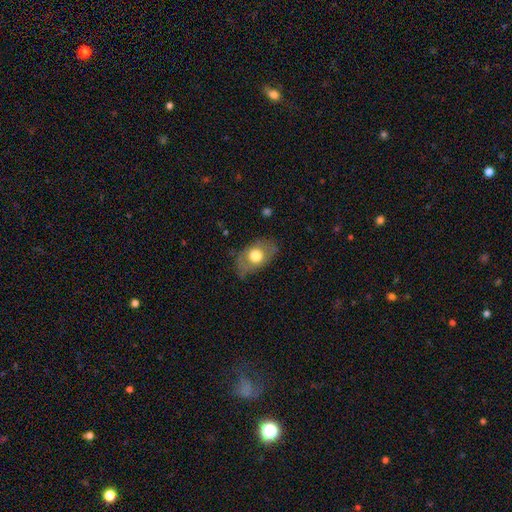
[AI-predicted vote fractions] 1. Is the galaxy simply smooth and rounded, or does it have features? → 63% smooth, 30% featured or disk, 7% star or artifact.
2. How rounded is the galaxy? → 83% in between, 15% round, 2% cigar-shaped.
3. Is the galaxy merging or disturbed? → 68% none, 23% minor disturbance, 8% major disturbance, 1% merger.